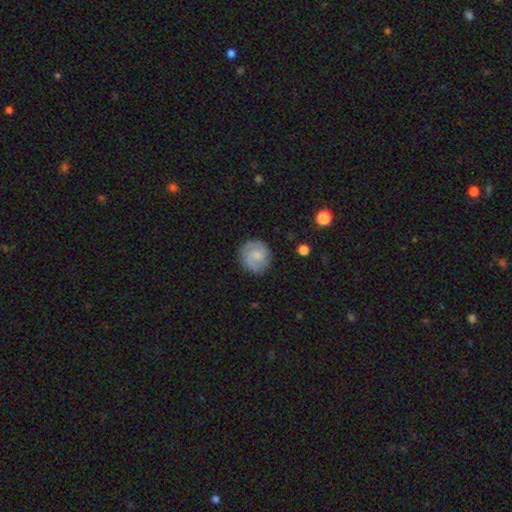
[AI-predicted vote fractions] featured or disk 54%, smooth 39%, star or artifact 7%. Down the decision tree: edge-on disk — no (98%); bar — no (59%); spiral arms — yes (91%); bulge size — small (46%); merging — none (83%).